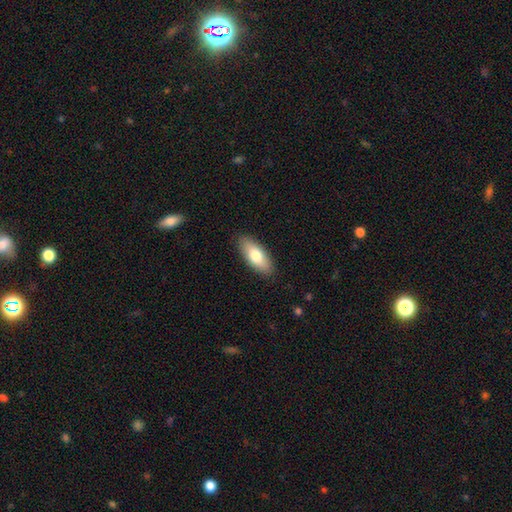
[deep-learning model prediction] Smooth or featured: smooth — 77% (featured or disk — 17%)
How rounded: in between — 81% (cigar-shaped — 16%)
Merging: none — 88% (minor disturbance — 9%)